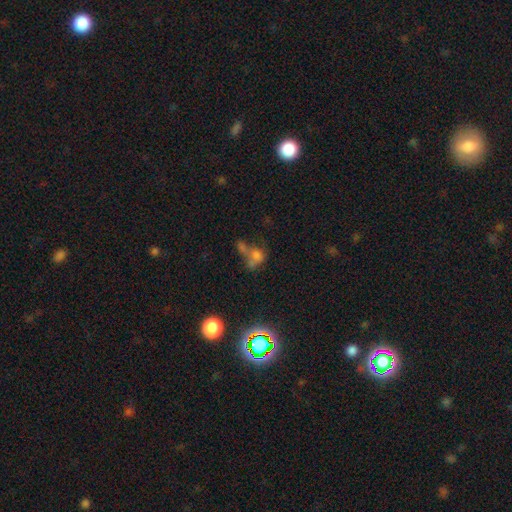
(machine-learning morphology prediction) A star or artifact, not a galaxy (51%).